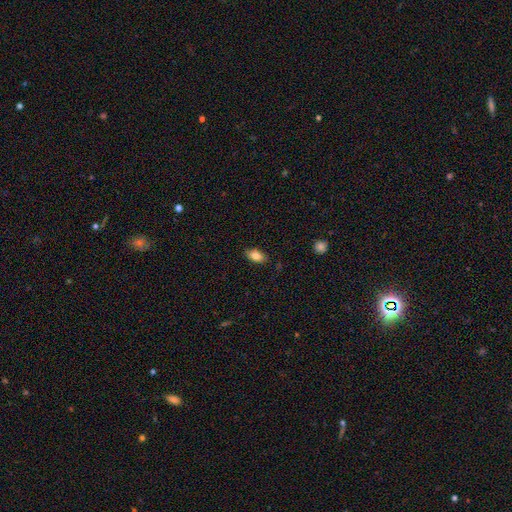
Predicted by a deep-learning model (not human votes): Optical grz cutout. It shows a smooth galaxy with no disk features (84%) that is in between round and cigar-shaped (90%). Merging: none (86%).